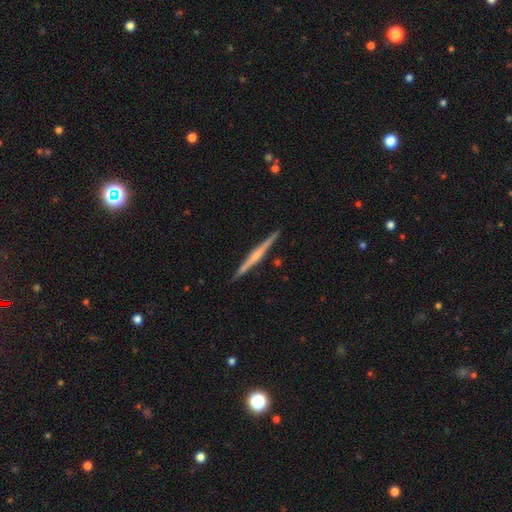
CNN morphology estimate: The model was most divided on "edge-on bulge": rounded: 53%, none: 34%, boxy: 13%. More confident: edge-on disk — yes (98%); merging — none (92%); smooth or featured — featured or disk (73%).